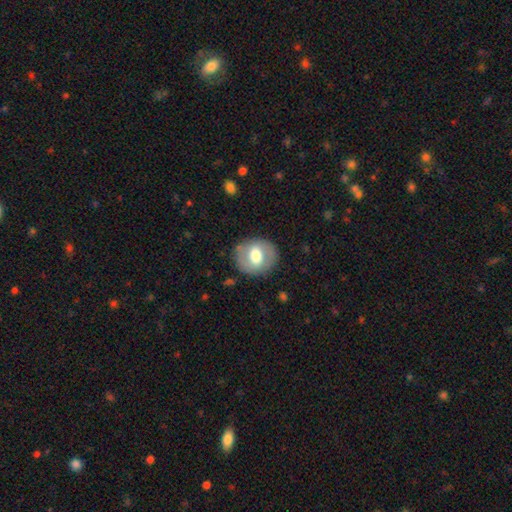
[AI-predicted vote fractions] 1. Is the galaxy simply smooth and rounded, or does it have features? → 57% smooth, 37% featured or disk, 7% star or artifact.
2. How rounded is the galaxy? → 68% round, 31% in between, 1% cigar-shaped.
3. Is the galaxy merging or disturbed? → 82% none, 12% minor disturbance, 5% major disturbance, 1% merger.